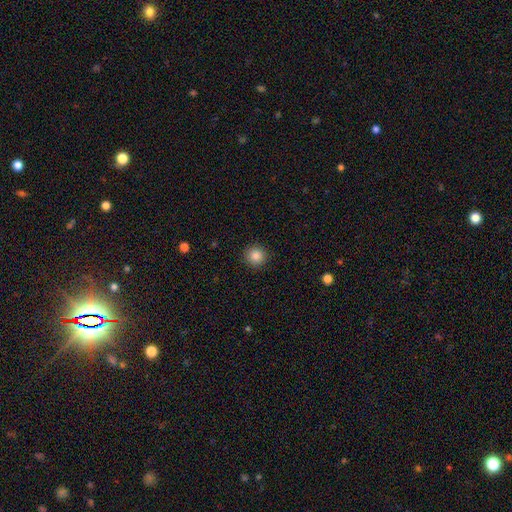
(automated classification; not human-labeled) This is clearly a smooth galaxy (86%). How rounded: clearly round (94%). Merging: clearly none (91%).